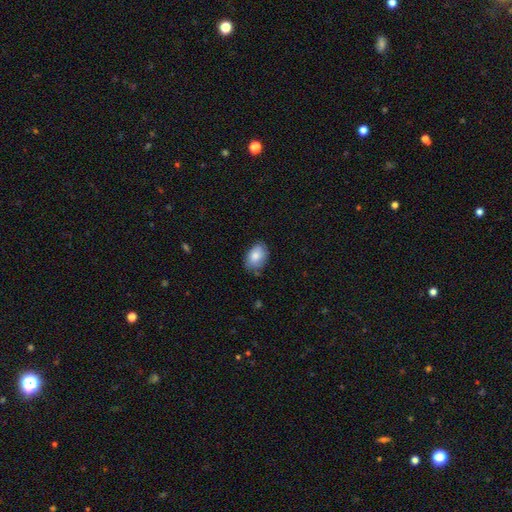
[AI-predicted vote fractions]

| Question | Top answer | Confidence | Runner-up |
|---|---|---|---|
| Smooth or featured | smooth | 80% | featured or disk (13%) |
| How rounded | in between | 84% | round (15%) |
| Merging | none | 71% | minor disturbance (23%) |